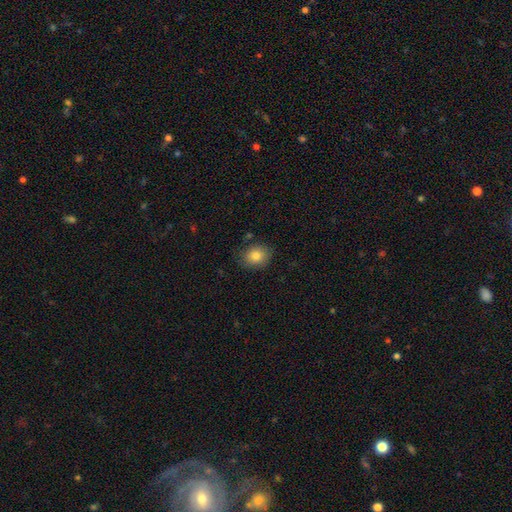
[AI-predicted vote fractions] This is clearly a smooth galaxy (83%). How rounded: possibly round (54%). Merging: clearly none (82%).